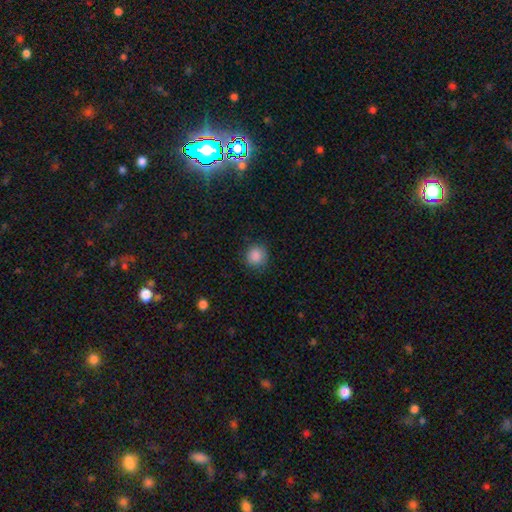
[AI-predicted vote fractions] A smooth galaxy with no disk features (87%) that is round (88%). Merging: none (84%).